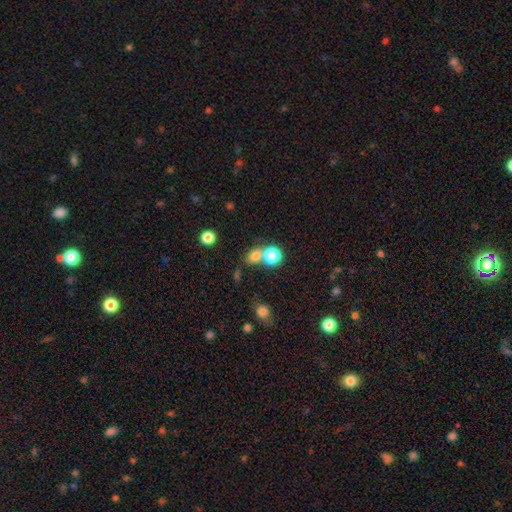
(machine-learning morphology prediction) Smooth or featured: smooth — 74% (star or artifact — 18%)
How rounded: round — 53% (in between — 45%)
Merging: none — 50% (merger — 35%)